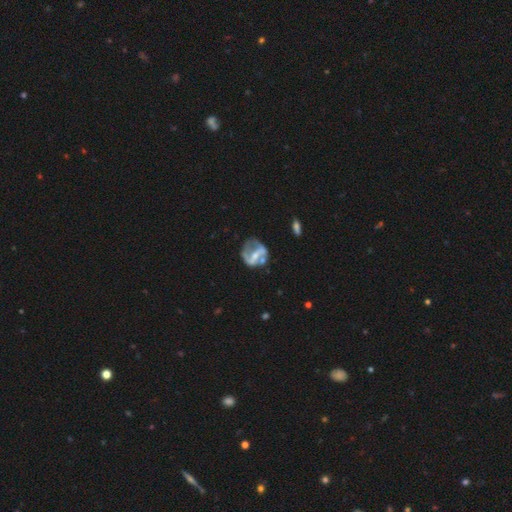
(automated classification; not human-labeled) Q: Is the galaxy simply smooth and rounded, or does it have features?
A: featured or disk — 75%.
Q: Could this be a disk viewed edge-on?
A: no — 96%.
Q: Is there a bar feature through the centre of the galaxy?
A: strong — 45%.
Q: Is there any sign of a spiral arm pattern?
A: yes — 64%.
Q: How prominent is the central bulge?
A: small — 49%.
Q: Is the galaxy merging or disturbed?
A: none — 45%.